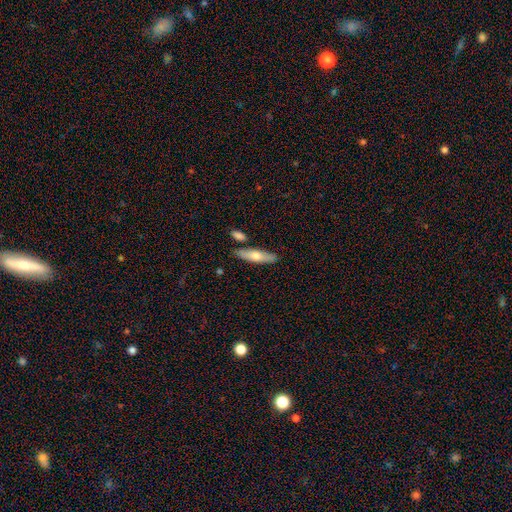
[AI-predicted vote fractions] smooth 61%, featured or disk 34%, star or artifact 5%. Down the decision tree: how rounded — cigar-shaped (63%); merging — none (79%).